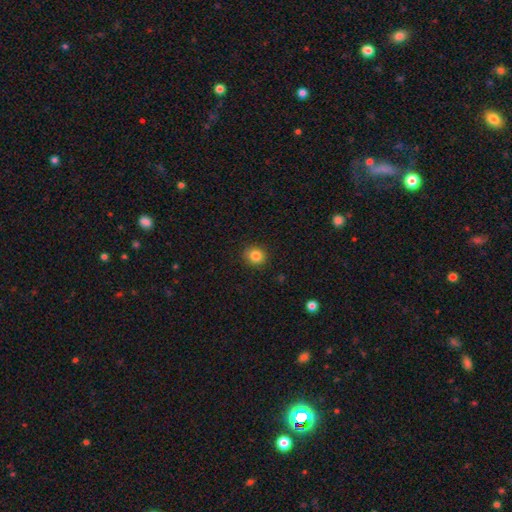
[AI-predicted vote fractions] This appears to be a smooth galaxy with no disk features (84%) that is round (83%). Merging: none (89%).